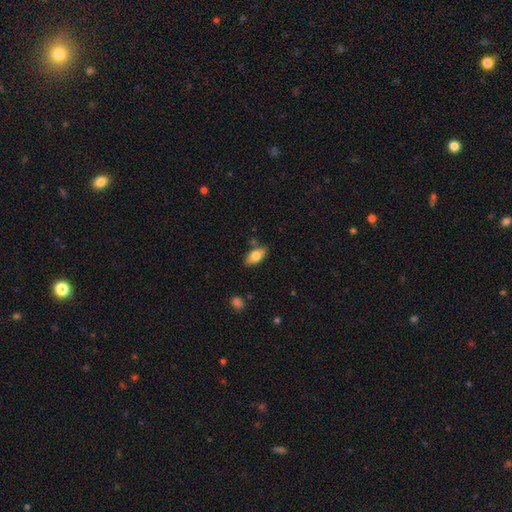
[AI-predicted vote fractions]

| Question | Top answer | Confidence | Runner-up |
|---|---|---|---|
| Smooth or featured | smooth | 75% | featured or disk (18%) |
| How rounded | in between | 90% | cigar-shaped (6%) |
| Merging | none | 78% | minor disturbance (15%) |